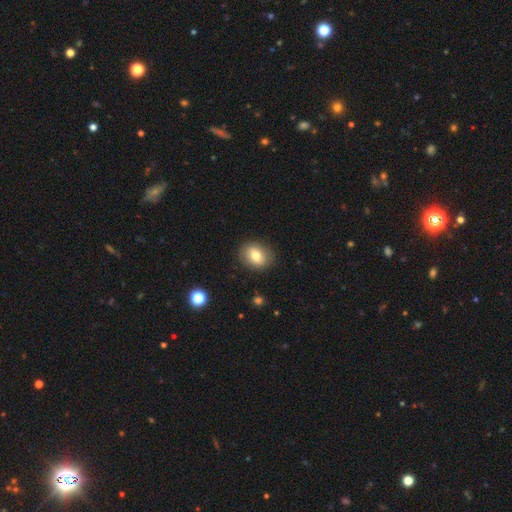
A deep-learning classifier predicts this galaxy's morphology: smooth 77%, featured or disk 14%, star or artifact 9%. Down the decision tree: how rounded — in between (56%); merging — none (86%).